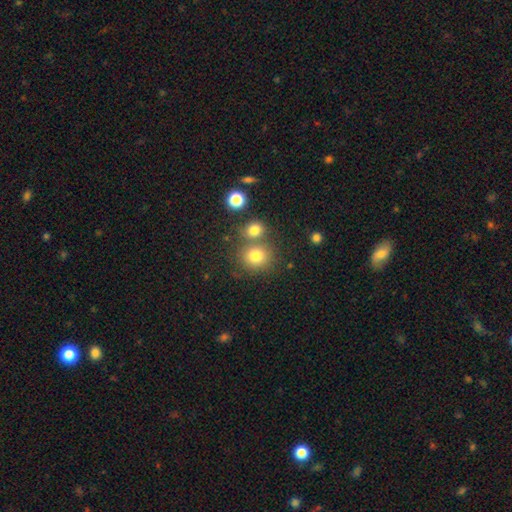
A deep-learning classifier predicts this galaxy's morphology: This appears to be a smooth galaxy with no disk features (78%) that is round (85%). Merging: none (64%).